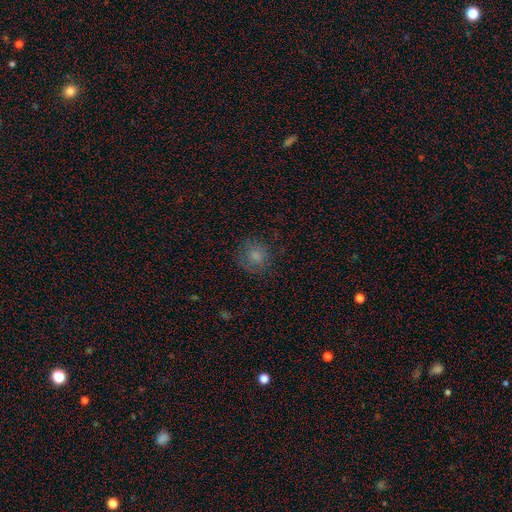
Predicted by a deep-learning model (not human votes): This is likely a smooth galaxy (78%). How rounded: clearly round (86%). Merging: likely none (76%).